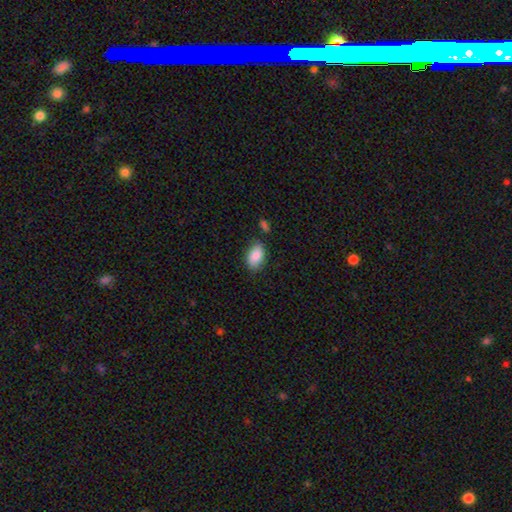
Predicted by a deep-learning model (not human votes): This appears to be a smooth galaxy with no disk features (86%) that is in between round and cigar-shaped (92%). Merging: none (75%).